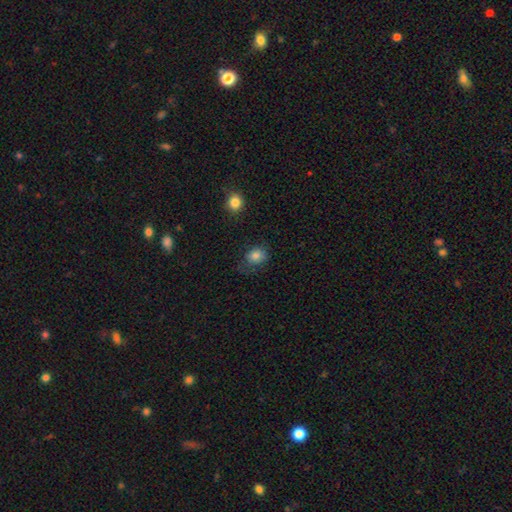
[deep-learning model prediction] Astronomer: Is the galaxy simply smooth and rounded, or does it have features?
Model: smooth — 83%.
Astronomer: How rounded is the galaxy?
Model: round — 51% (runner-up: in between, 48%).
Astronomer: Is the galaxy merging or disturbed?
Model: none — 62%.